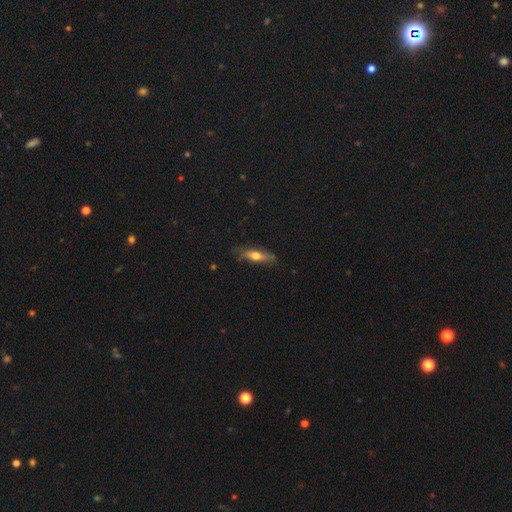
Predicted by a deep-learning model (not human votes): The model was most divided on "smooth or featured": smooth: 53%, featured or disk: 41%, star or artifact: 6%. More confident: merging — none (76%); how rounded — cigar-shaped (63%).